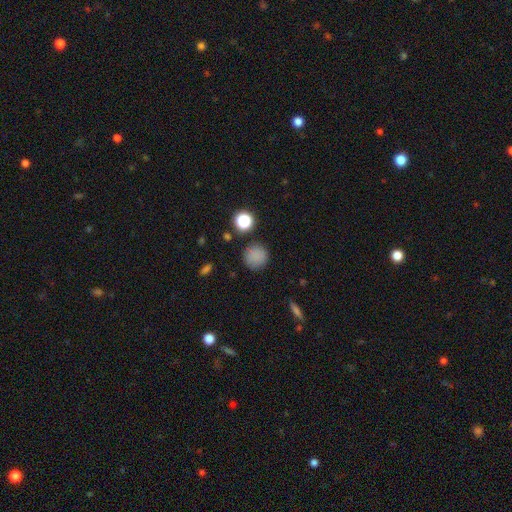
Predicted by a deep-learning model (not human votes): A smooth galaxy with no disk features (81%) that is round (93%).

Vote fractions:
- Smooth or featured? smooth: 81% / star or artifact: 14% / featured or disk: 5%
- How rounded? round: 93% / in between: 6% / cigar-shaped: 1%
- Merging? none: 84% / minor disturbance: 10% / major disturbance: 3% / merger: 3%